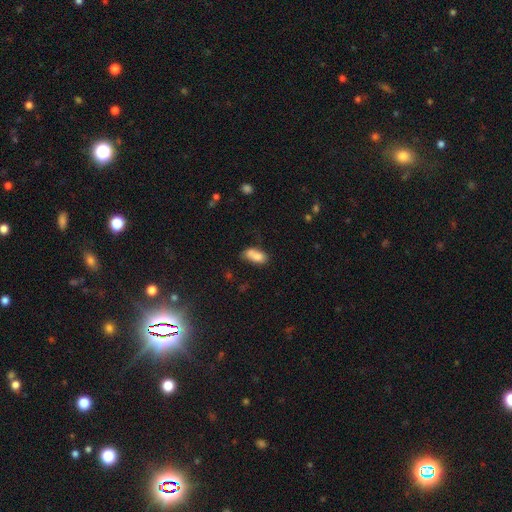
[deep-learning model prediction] A smooth galaxy with no disk features (77%) that is in between round and cigar-shaped (85%). Merging: none (36%).